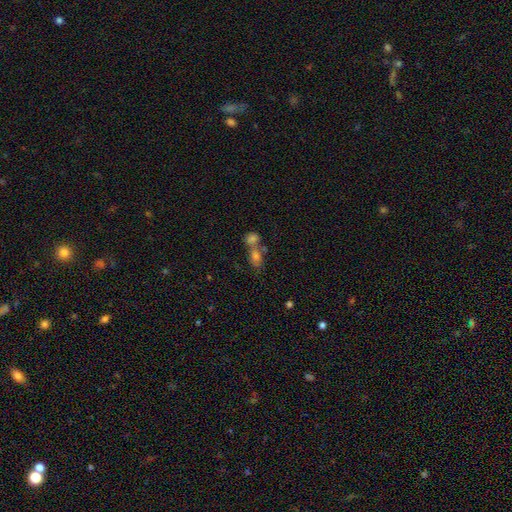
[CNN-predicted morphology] This is likely a smooth galaxy (65%). How rounded: likely in between (70%). Merging: possibly merger (57%).